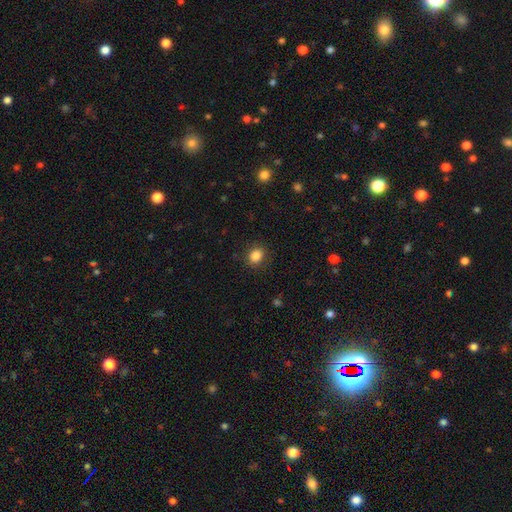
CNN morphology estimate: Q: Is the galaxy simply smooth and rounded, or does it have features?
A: smooth — 85%.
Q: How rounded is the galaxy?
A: round — 55%.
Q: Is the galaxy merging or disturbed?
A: none — 88%.